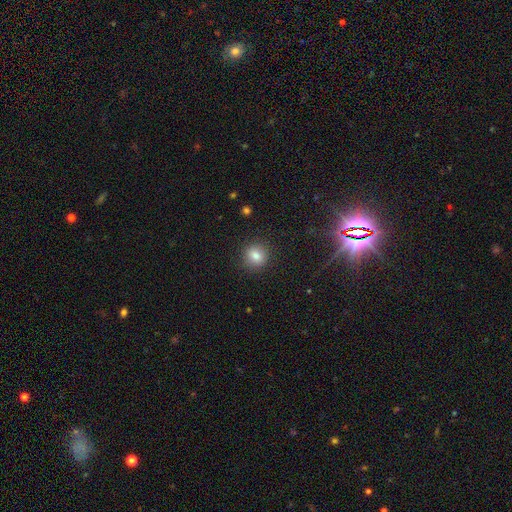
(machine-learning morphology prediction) Smooth or featured?
  - smooth: 82% *
  - star or artifact: 12%
  - featured or disk: 7%
How rounded?
  - round: 86% *
  - in between: 13%
  - cigar-shaped: 1%
Merging?
  - none: 89% *
  - minor disturbance: 7%
  - major disturbance: 3%
  - merger: 1%